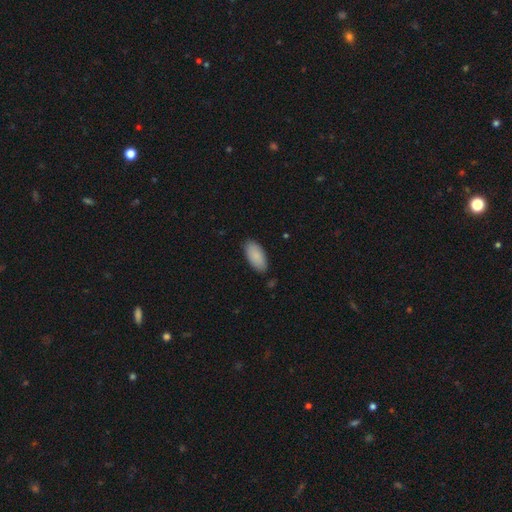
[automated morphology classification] This is clearly a smooth galaxy (88%). How rounded: clearly in between (92%). Merging: clearly none (84%).